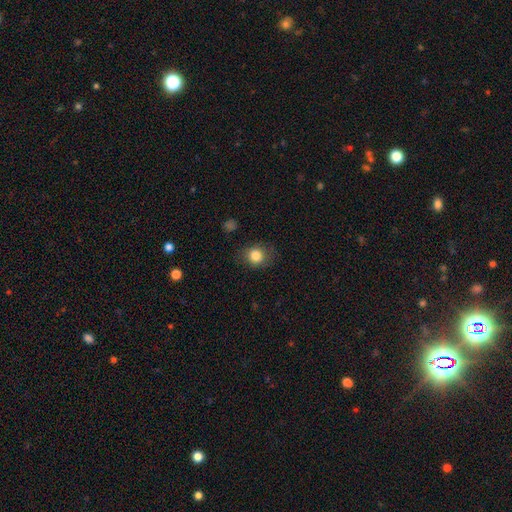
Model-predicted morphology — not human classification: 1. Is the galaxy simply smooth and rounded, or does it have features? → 83% smooth, 10% star or artifact, 7% featured or disk.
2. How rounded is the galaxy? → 72% round, 27% in between, 1% cigar-shaped.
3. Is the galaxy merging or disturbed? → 77% none, 16% minor disturbance, 6% major disturbance, 1% merger.